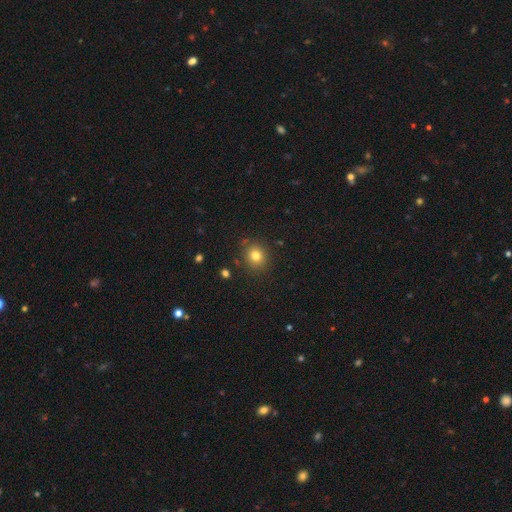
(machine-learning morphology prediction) A smooth galaxy with no disk features (80%) that is round (83%). Merging: none (86%).